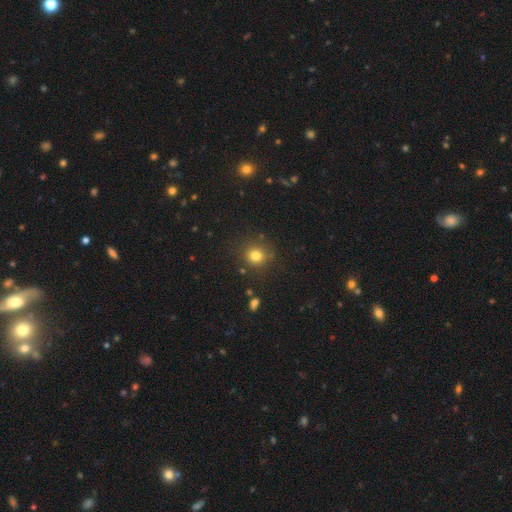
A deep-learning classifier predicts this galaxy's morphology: A smooth galaxy with no disk features (79%) that is round (88%).

Vote fractions:
- Smooth or featured? smooth: 79% / star or artifact: 14% / featured or disk: 6%
- How rounded? round: 88% / in between: 12% / cigar-shaped: 1%
- Merging? none: 84% / minor disturbance: 9% / major disturbance: 3% / merger: 3%